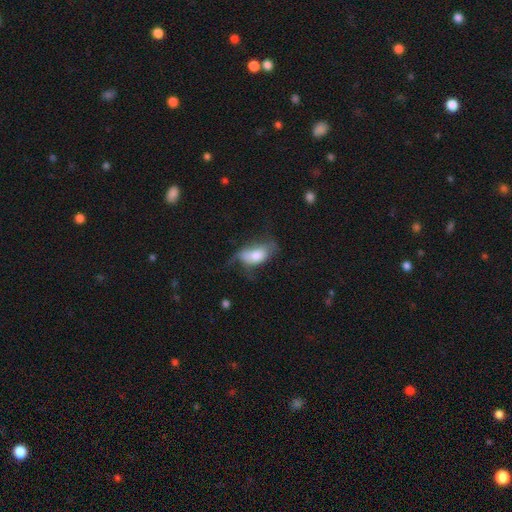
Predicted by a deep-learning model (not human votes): Smooth or featured? Predicted: smooth (p=0.64). How rounded? Predicted: in between (p=0.90). Merging? Predicted: major disturbance (p=0.34).